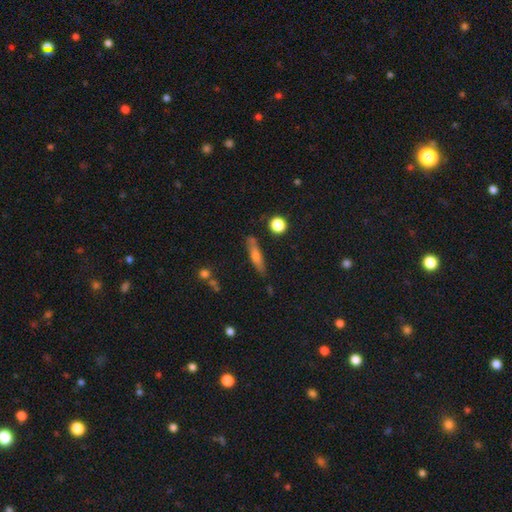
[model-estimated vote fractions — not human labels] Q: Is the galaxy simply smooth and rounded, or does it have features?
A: smooth — 54%.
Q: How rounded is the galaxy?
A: cigar-shaped — 79%.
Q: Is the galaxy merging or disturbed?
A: none — 78%.